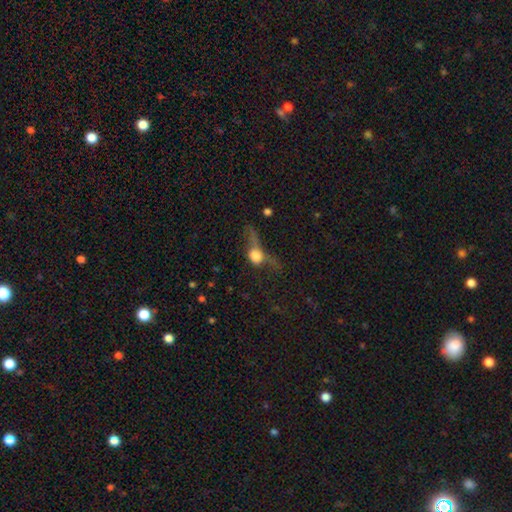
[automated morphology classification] Smooth or featured? Predicted: smooth (p=0.54). How rounded? Predicted: round (p=0.53). Merging? Predicted: major disturbance (p=0.46).